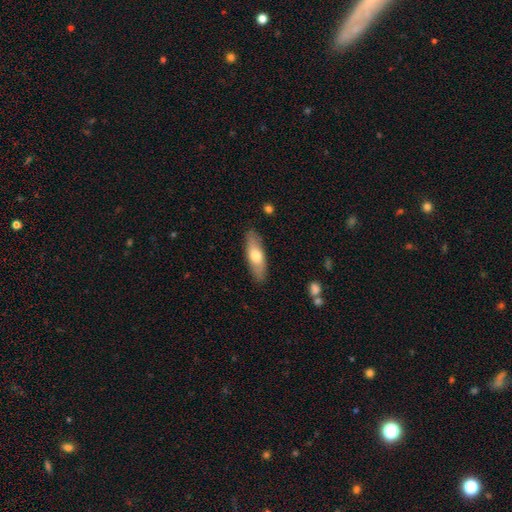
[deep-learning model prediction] This is likely a smooth galaxy (65%). How rounded: possibly in between (54%). Merging: clearly none (87%).